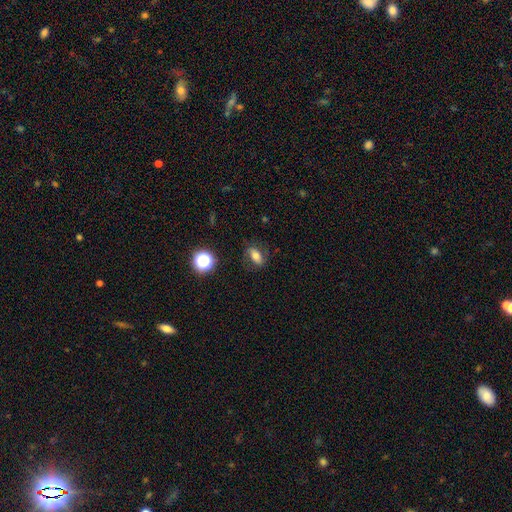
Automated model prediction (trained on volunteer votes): Overall: smooth (60%; featured or disk 26%). How rounded: in between (76%). Merging: none (76%).